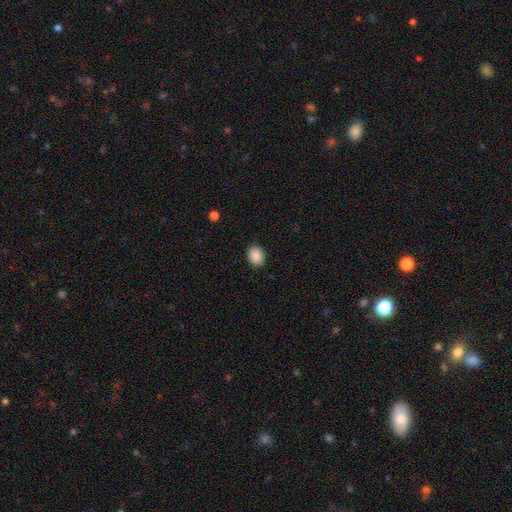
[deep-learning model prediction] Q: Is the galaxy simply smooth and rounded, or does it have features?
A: smooth — 89%.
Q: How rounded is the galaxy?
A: in between — 57%.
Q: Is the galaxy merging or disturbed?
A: none — 88%.